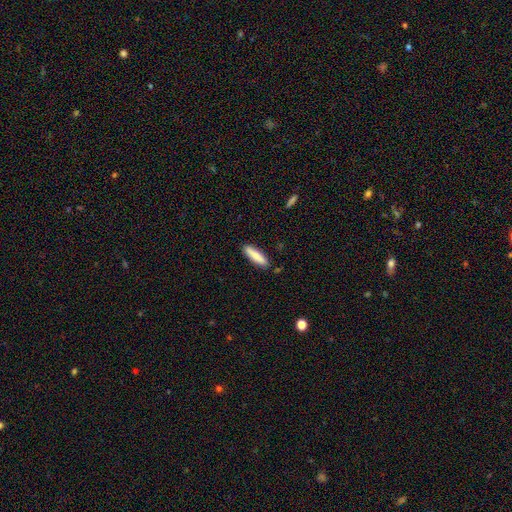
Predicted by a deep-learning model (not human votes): This appears to be a smooth galaxy with no disk features (84%) that is cigar-shaped (70%). Merging: none (87%).